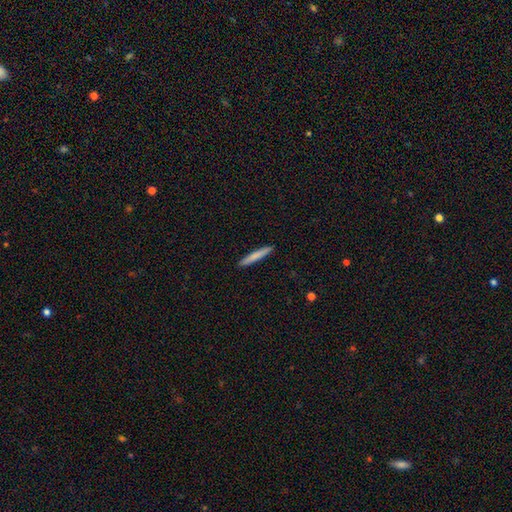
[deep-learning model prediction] Smooth or featured: smooth — 79% (featured or disk — 16%)
How rounded: cigar-shaped — 95% (in between — 4%)
Merging: none — 93% (minor disturbance — 5%)